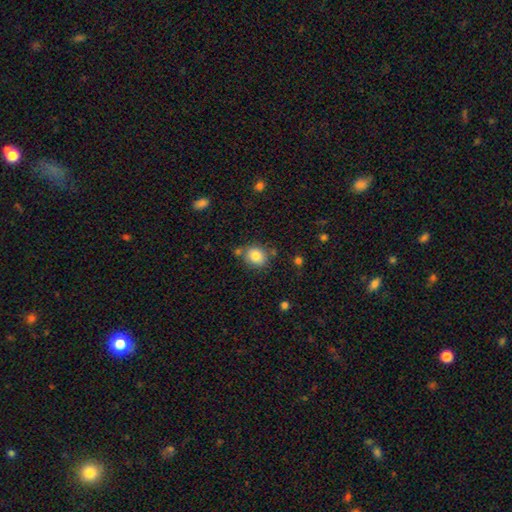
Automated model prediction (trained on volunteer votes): Morphology: type=smooth (82%); roundness=round (67%); merging=none (73%).